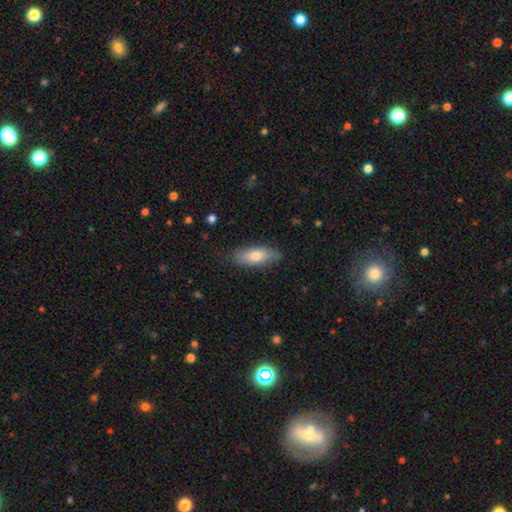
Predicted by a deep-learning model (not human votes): A smooth galaxy with no disk features (74%) that is in between round and cigar-shaped (68%).

Vote fractions:
- Smooth or featured? smooth: 74% / featured or disk: 21% / star or artifact: 6%
- How rounded? in between: 68% / cigar-shaped: 29% / round: 2%
- Merging? none: 82% / minor disturbance: 14% / major disturbance: 3% / merger: 1%